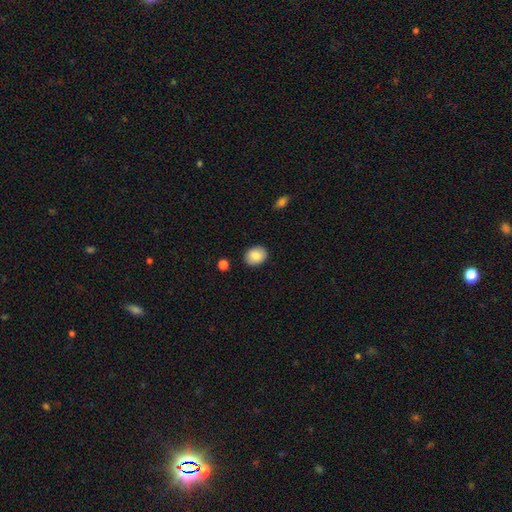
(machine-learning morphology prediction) The model was most divided on "how rounded": in between: 56%, round: 43%, cigar-shaped: 1%. More confident: merging — none (88%); smooth or featured — smooth (83%).